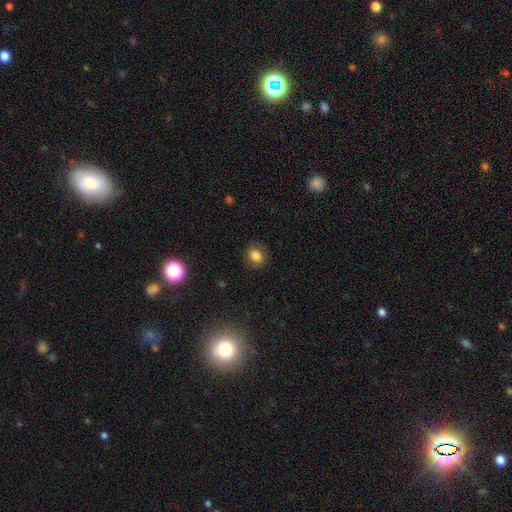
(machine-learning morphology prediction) The model was most divided on "how rounded" (2-way tie): round: 49%, in between: 49%, cigar-shaped: 1%. More confident: merging — none (85%); smooth or featured — smooth (83%).